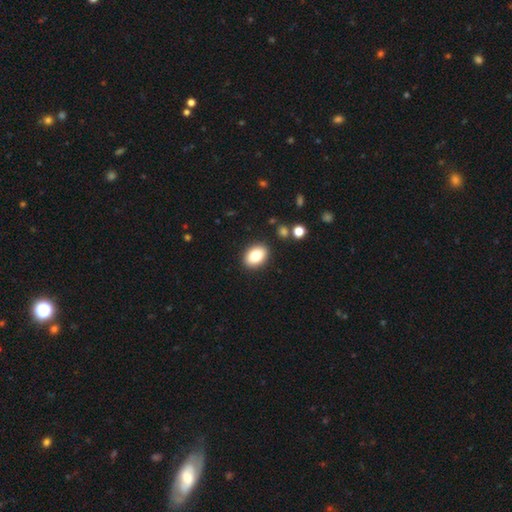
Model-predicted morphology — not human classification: This is clearly a smooth galaxy (82%). How rounded: likely in between (78%). Merging: clearly none (89%).